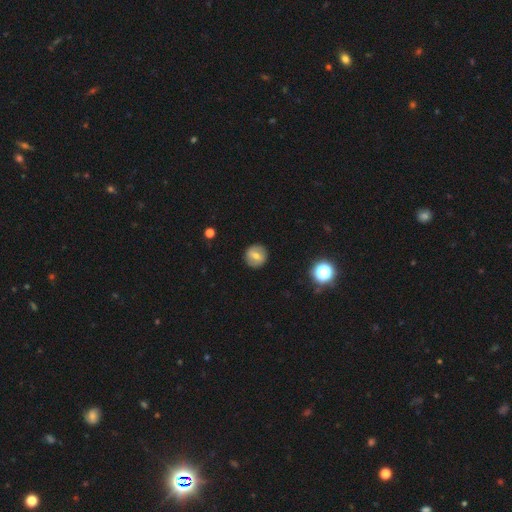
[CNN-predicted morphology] Q: Smooth or featured?
A: smooth (54%); runner-up: featured or disk (36%)
Q: How rounded?
A: round (91%); runner-up: in between (8%)
Q: Merging?
A: none (90%); runner-up: minor disturbance (7%)